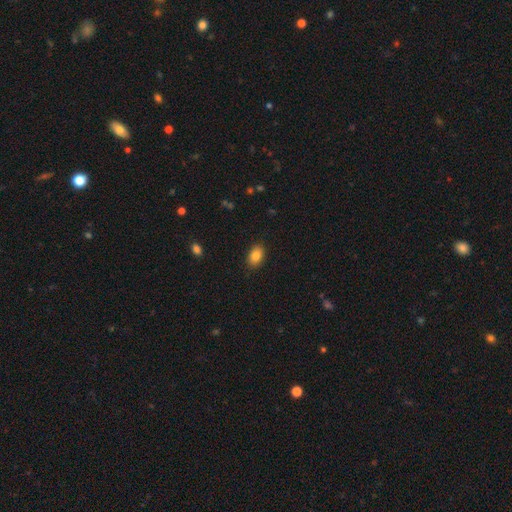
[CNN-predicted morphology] smooth_or_featured: smooth (p=0.85) [alt: star or artifact p=0.08]
how_rounded: in between (p=0.86) [alt: round p=0.13]
merging: none (p=0.88) [alt: minor disturbance p=0.09]